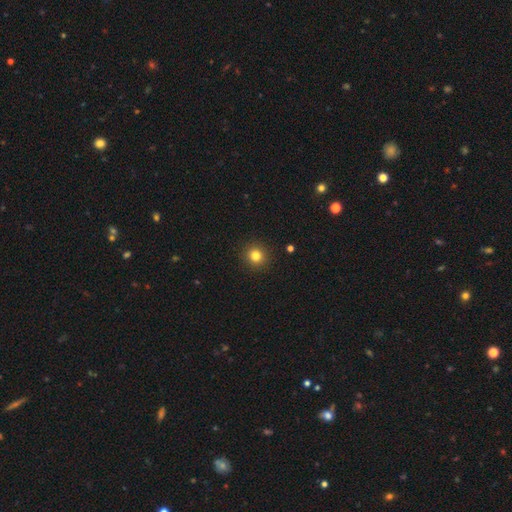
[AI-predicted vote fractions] The model was most divided on "smooth or featured": smooth: 82%, star or artifact: 13%, featured or disk: 6%. More confident: how rounded — round (92%); merging — none (92%).